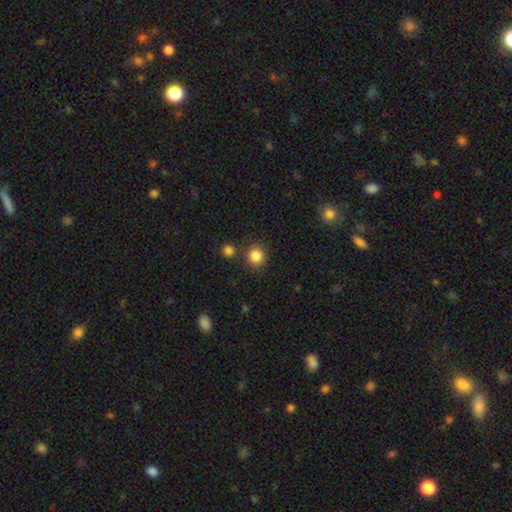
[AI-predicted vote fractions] A smooth galaxy with no disk features (85%) that is round (84%).

Vote fractions:
- Smooth or featured? smooth: 85% / star or artifact: 11% / featured or disk: 5%
- How rounded? round: 84% / in between: 15% / cigar-shaped: 1%
- Merging? none: 83% / minor disturbance: 8% / merger: 6% / major disturbance: 3%